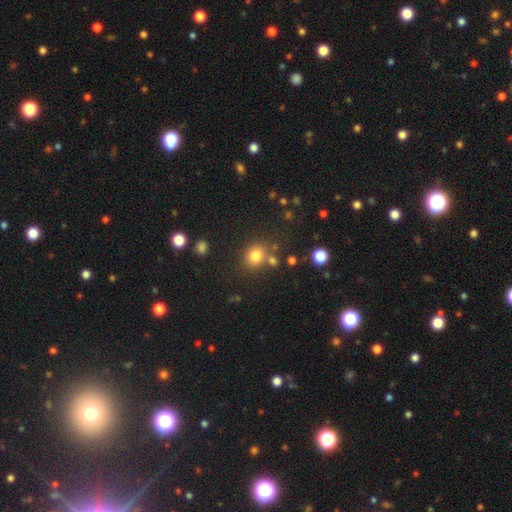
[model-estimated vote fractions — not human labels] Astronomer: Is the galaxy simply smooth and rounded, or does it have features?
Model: smooth — 79%.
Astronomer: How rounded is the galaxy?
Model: round — 69%.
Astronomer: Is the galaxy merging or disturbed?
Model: none — 71%.